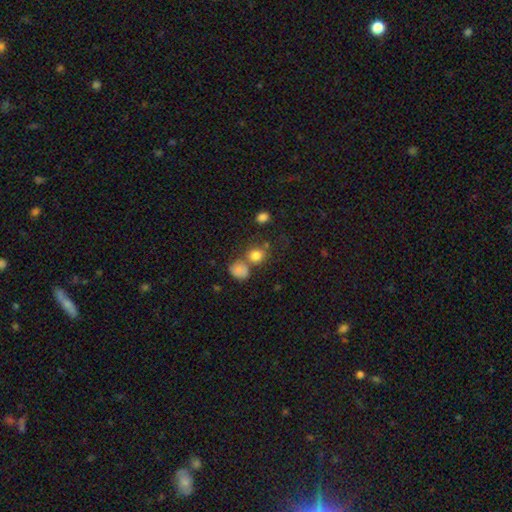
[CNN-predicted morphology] A smooth galaxy with no disk features (79%) that is round (79%). Merging: none (56%).